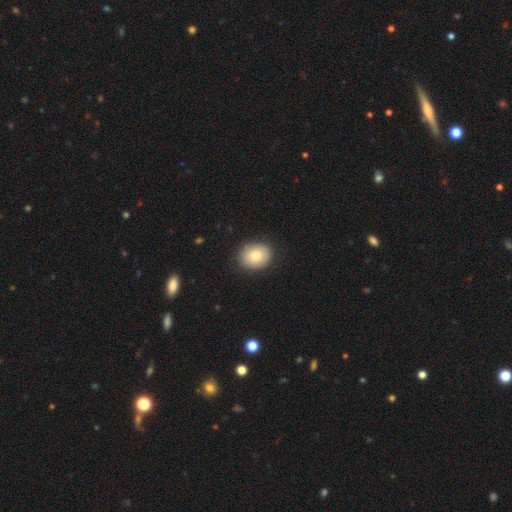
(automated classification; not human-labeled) This is likely a smooth galaxy (80%). How rounded: possibly round (58%). Merging: clearly none (85%).